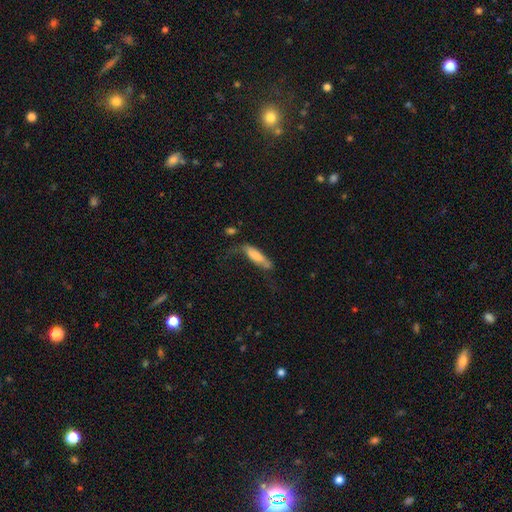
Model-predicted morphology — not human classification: smooth_or_featured: smooth (p=0.72) [alt: featured or disk p=0.22]
how_rounded: cigar-shaped (p=0.60) [alt: in between p=0.38]
merging: none (p=0.38) [alt: minor disturbance p=0.30]